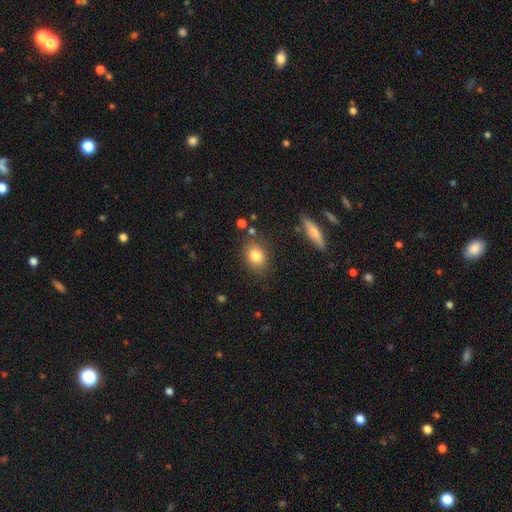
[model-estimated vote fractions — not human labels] Q: Smooth or featured?
A: smooth (81%); runner-up: star or artifact (10%)
Q: How rounded?
A: in between (53%); runner-up: round (45%)
Q: Merging?
A: none (80%); runner-up: minor disturbance (12%)